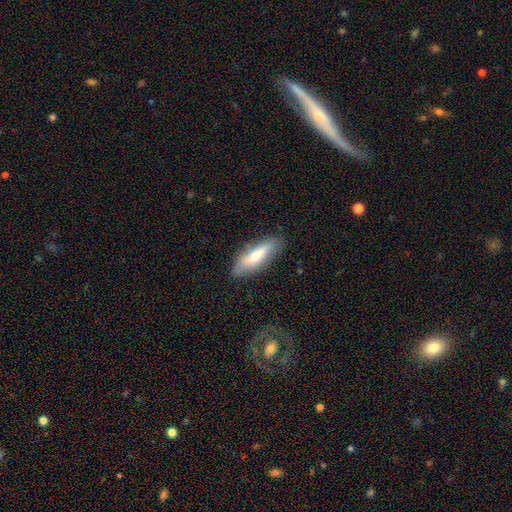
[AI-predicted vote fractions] Q: Smooth or featured?
A: smooth (67%); runner-up: featured or disk (27%)
Q: How rounded?
A: cigar-shaped (53%); runner-up: in between (45%)
Q: Merging?
A: none (81%); runner-up: minor disturbance (14%)